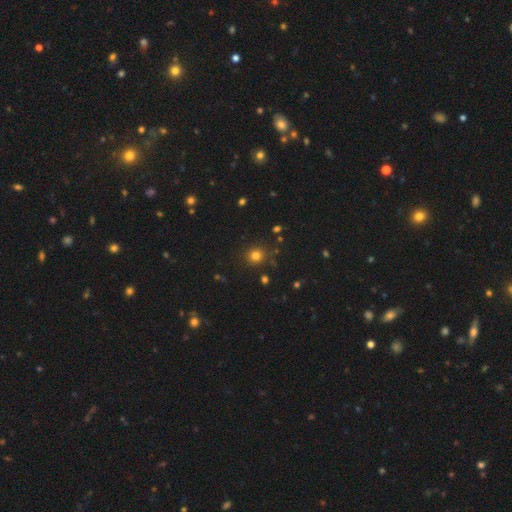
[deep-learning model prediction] Smooth or featured? Predicted: smooth (p=0.78). How rounded? Predicted: round (p=0.90). Merging? Predicted: none (p=0.87).